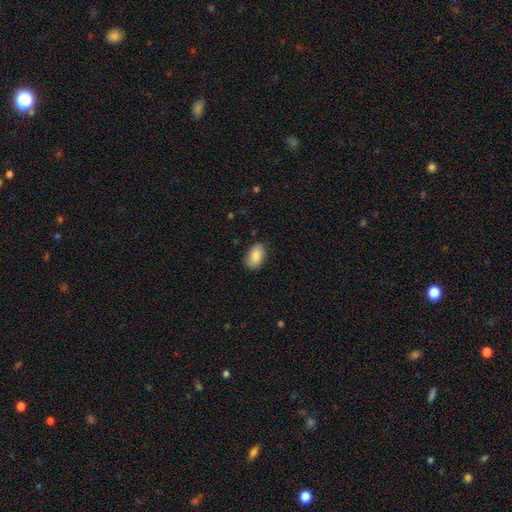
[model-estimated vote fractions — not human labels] smooth 84%, featured or disk 9%, star or artifact 7%. Down the decision tree: how rounded — in between (90%); merging — none (81%).